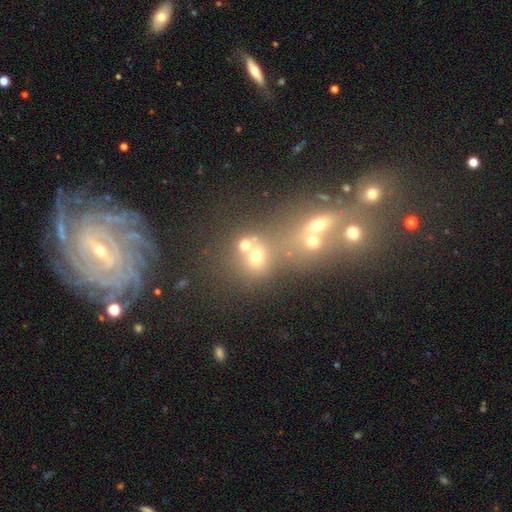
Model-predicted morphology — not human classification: Q: Smooth or featured?
A: smooth (63%); runner-up: star or artifact (21%)
Q: How rounded?
A: round (71%); runner-up: in between (28%)
Q: Merging?
A: merger (47%); runner-up: none (39%)